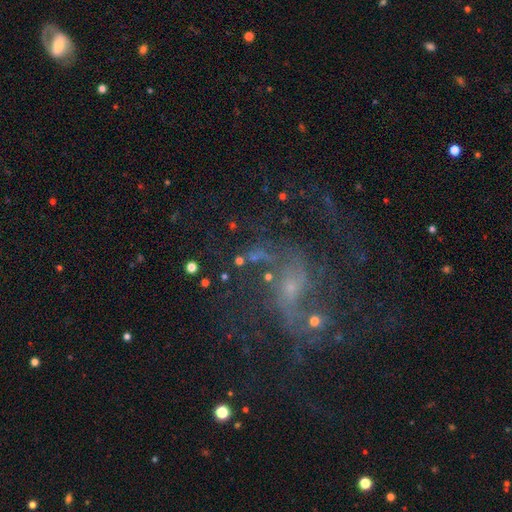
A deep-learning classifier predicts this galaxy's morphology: Smooth or featured: featured or disk — 67% (star or artifact — 20%)
Edge-on disk: no — 97% (yes — 3%)
Bar: no — 55% (weak — 32%)
Spiral arms: yes — 85% (no — 15%)
Spiral winding: loose — 47% (medium — 38%)
Spiral arm count: 2 — 47% (can't tell — 19%)
Bulge size: small — 69% (moderate — 15%)
Merging: none — 49% (major disturbance — 24%)